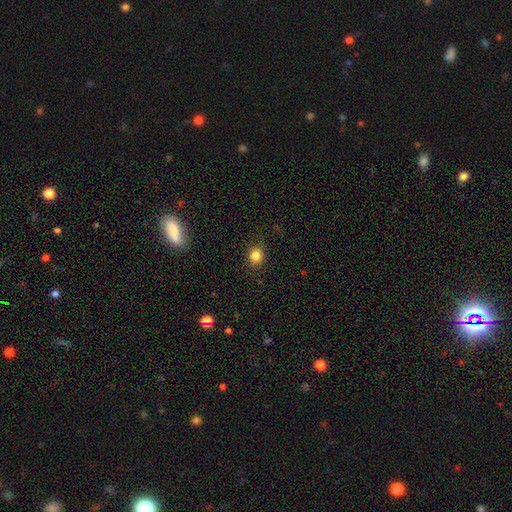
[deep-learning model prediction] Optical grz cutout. It shows a smooth galaxy with no disk features (83%) that is round (76%). Merging: none (89%).